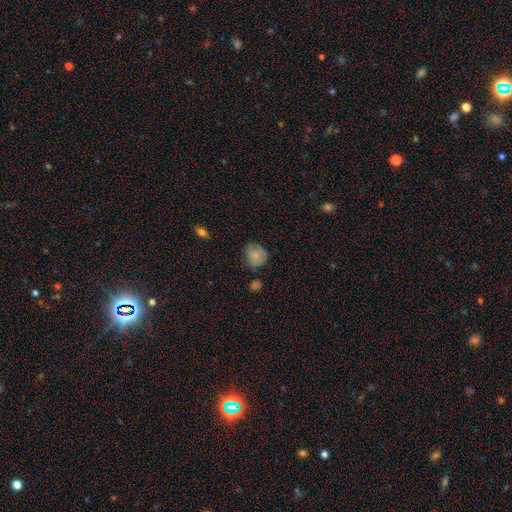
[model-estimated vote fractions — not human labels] smooth 76%, featured or disk 15%, star or artifact 9%. Down the decision tree: how rounded — round (69%); merging — none (56%).